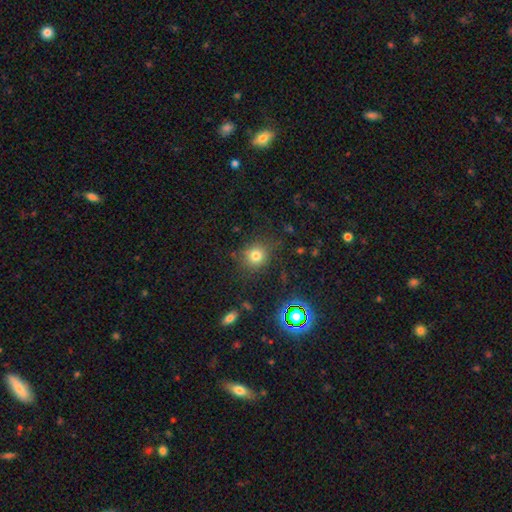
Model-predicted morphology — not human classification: Smooth or featured? smooth (73%)
How rounded? round (85%)
Merging? none (80%)